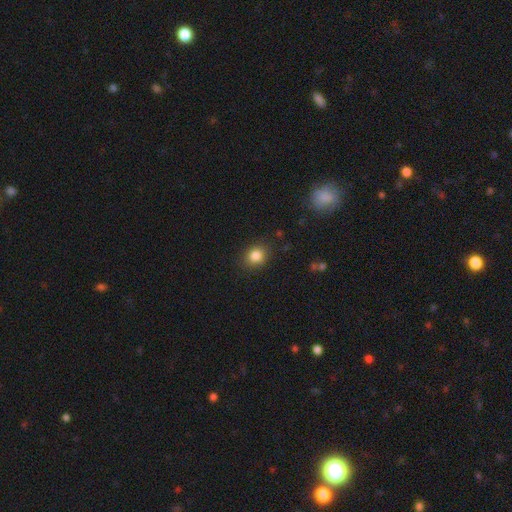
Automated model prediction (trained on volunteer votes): smooth-or-featured: smooth: 84% | star or artifact: 11% | featured or disk: 5%
  how-rounded: round: 71% | in between: 28% | cigar-shaped: 1%
  merging: none: 86% | minor disturbance: 10% | major disturbance: 3% | merger: 1%